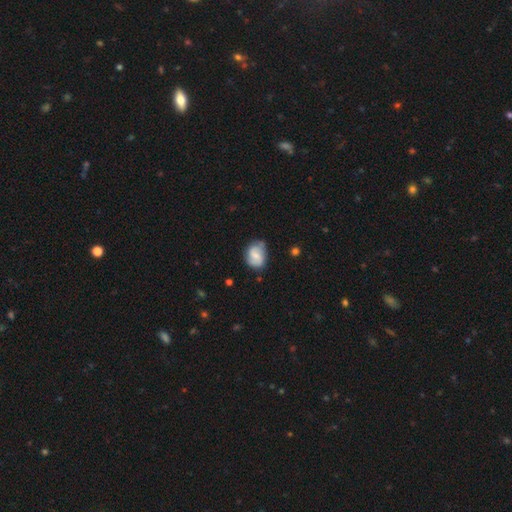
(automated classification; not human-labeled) The model was most divided on "smooth or featured": smooth: 47%, featured or disk: 45%, star or artifact: 7%. More confident: merging — none (68%).